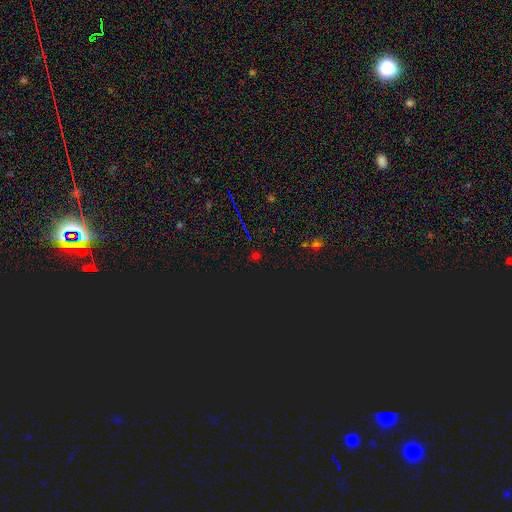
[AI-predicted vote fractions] Smooth or featured? star or artifact (71%)